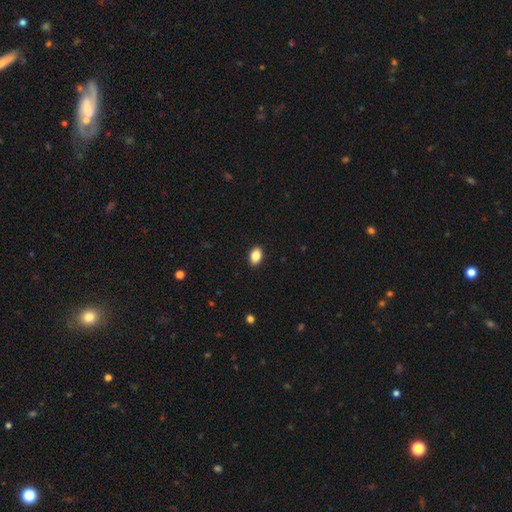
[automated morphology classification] Smooth or featured? smooth (86%)
How rounded? in between (87%)
Merging? none (91%)